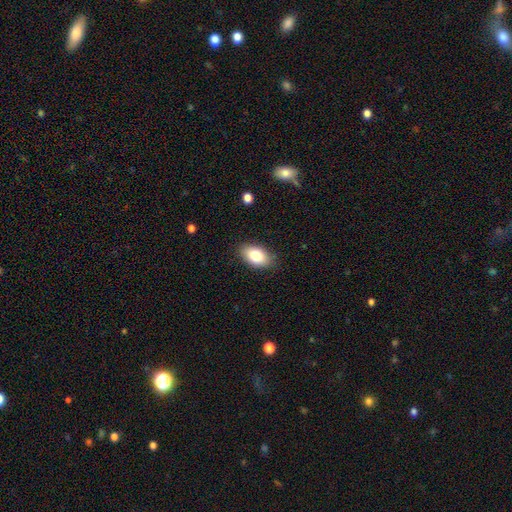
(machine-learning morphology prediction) smooth-or-featured: smooth: 82% | featured or disk: 10% | star or artifact: 7%
  how-rounded: in between: 92% | round: 6% | cigar-shaped: 2%
  merging: none: 86% | minor disturbance: 11% | major disturbance: 2% | merger: 1%